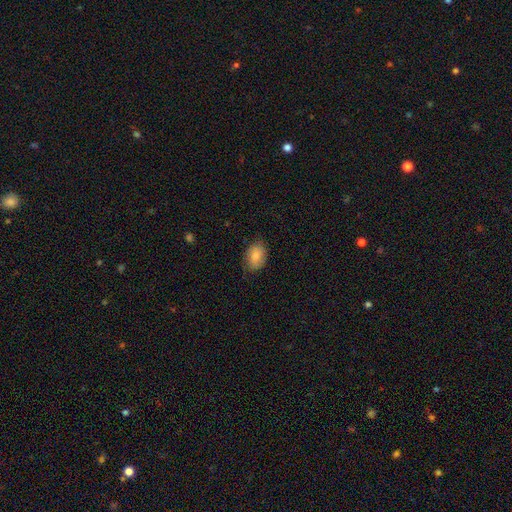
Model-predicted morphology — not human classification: smooth-or-featured: smooth: 79% | featured or disk: 14% | star or artifact: 8%
  how-rounded: in between: 78% | round: 21% | cigar-shaped: 1%
  merging: none: 80% | minor disturbance: 16% | major disturbance: 3% | merger: 1%